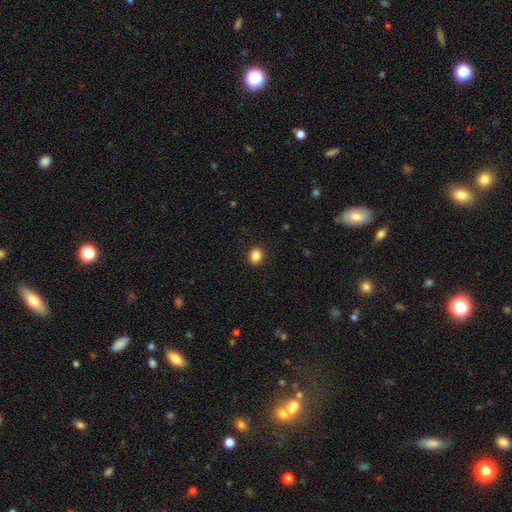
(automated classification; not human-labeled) Smooth or featured: smooth — 86% (star or artifact — 10%)
How rounded: round — 68% (in between — 31%)
Merging: none — 91% (minor disturbance — 6%)